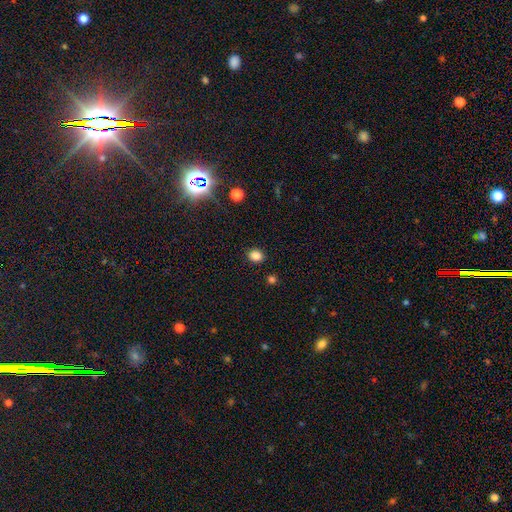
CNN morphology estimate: smooth-or-featured: smooth: 85% | star or artifact: 12% | featured or disk: 4%
  how-rounded: round: 56% | in between: 43% | cigar-shaped: 1%
  merging: none: 89% | minor disturbance: 8% | major disturbance: 2% | merger: 2%